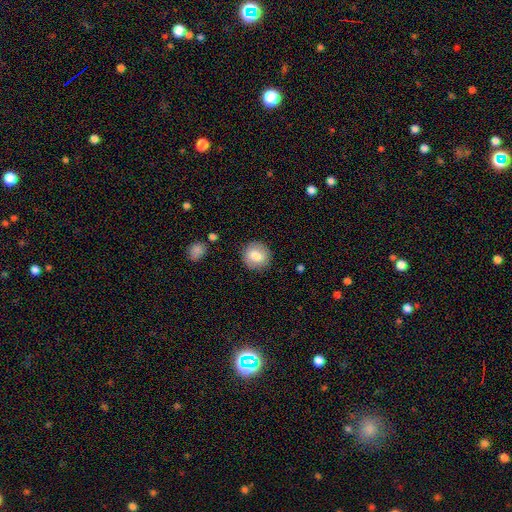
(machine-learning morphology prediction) A smooth galaxy with no disk features (78%) that is round (88%).

Vote fractions:
- Smooth or featured? smooth: 78% / featured or disk: 14% / star or artifact: 8%
- How rounded? round: 88% / in between: 11% / cigar-shaped: 1%
- Merging? none: 87% / minor disturbance: 9% / major disturbance: 3% / merger: 1%